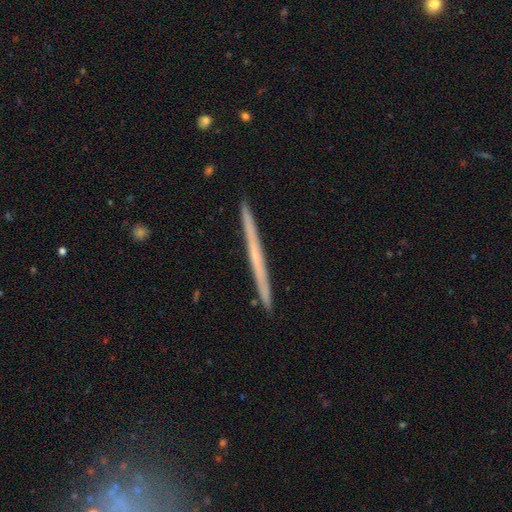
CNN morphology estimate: The model was most divided on "smooth or featured": featured or disk: 65%, smooth: 29%, star or artifact: 6%. More confident: edge-on disk — yes (98%); merging — none (92%); edge-on bulge — none (76%).